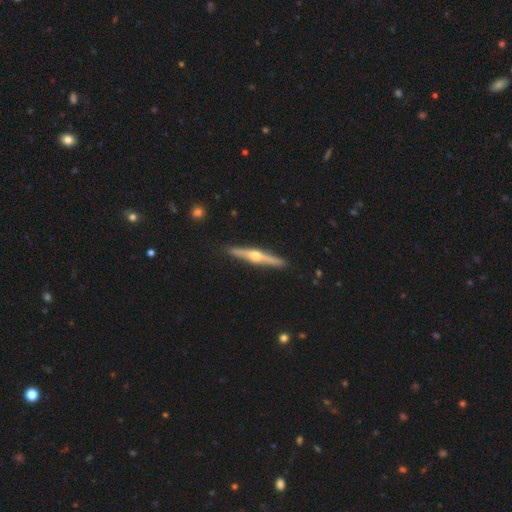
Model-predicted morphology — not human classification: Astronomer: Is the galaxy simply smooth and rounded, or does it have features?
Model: featured or disk — 78%.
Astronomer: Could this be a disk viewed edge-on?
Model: yes — 98%.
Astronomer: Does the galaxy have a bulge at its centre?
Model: rounded — 93%.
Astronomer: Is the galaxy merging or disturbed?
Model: none — 91%.